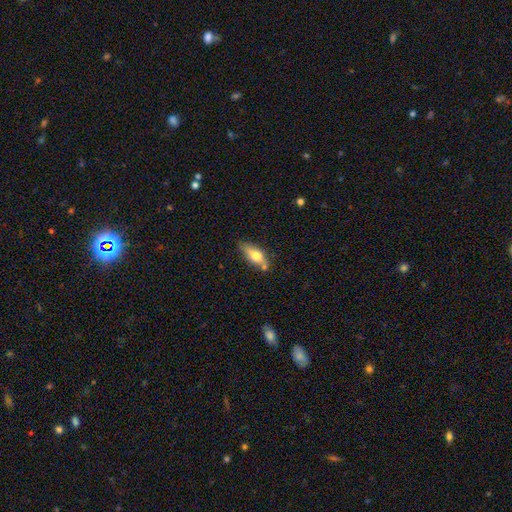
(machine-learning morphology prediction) smooth_or_featured: smooth (p=0.66) [alt: featured or disk p=0.27]
how_rounded: in between (p=0.69) [alt: cigar-shaped p=0.28]
merging: none (p=0.65) [alt: minor disturbance p=0.21]